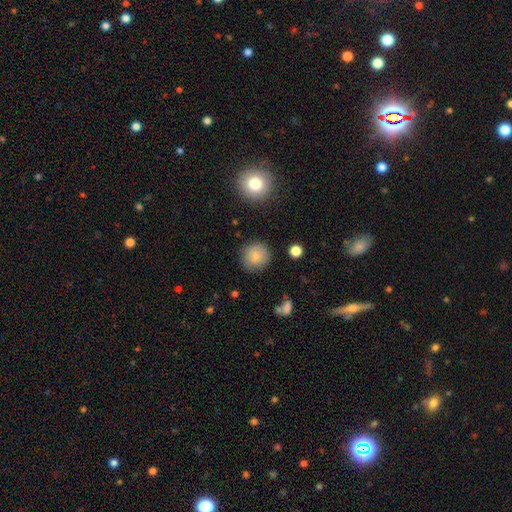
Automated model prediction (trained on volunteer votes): Smooth or featured?
  - smooth: 81% *
  - star or artifact: 9%
  - featured or disk: 9%
How rounded?
  - round: 91% *
  - in between: 8%
  - cigar-shaped: 1%
Merging?
  - none: 83% *
  - minor disturbance: 11%
  - major disturbance: 4%
  - merger: 2%